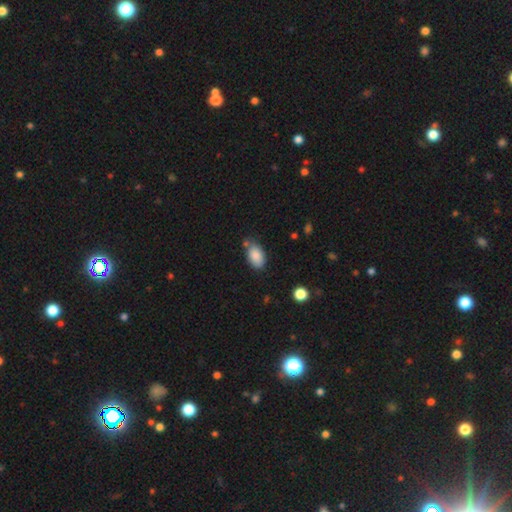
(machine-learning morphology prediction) This is clearly a smooth galaxy (87%). How rounded: clearly in between (93%). Merging: likely none (65%).